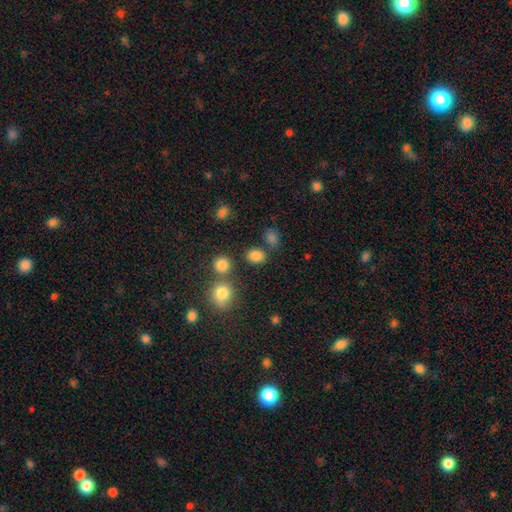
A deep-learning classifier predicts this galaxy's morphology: smooth_or_featured: smooth (p=0.81) [alt: star or artifact p=0.14]
how_rounded: round (p=0.53) [alt: in between p=0.46]
merging: none (p=0.75) [alt: merger p=0.11]